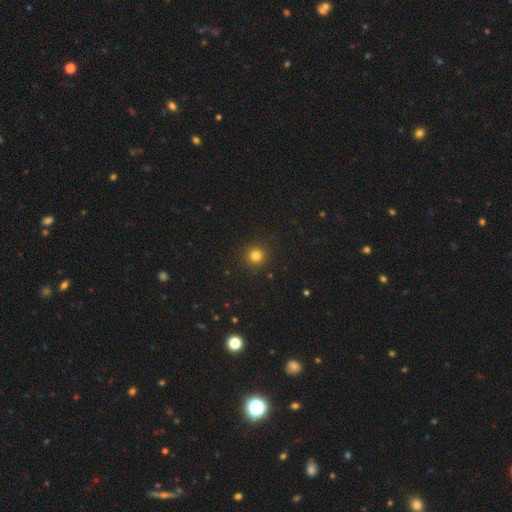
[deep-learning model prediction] smooth_or_featured: smooth (p=0.81) [alt: star or artifact p=0.15]
how_rounded: round (p=0.94) [alt: in between p=0.05]
merging: none (p=0.92) [alt: minor disturbance p=0.05]